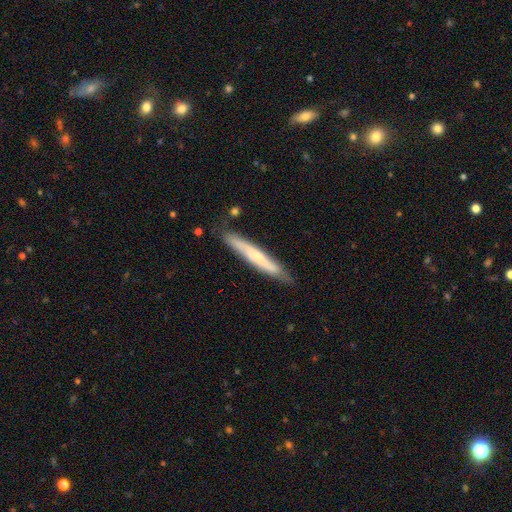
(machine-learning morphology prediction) A smooth galaxy with no disk features (52%) that is cigar-shaped (95%). Merging: none (82%).